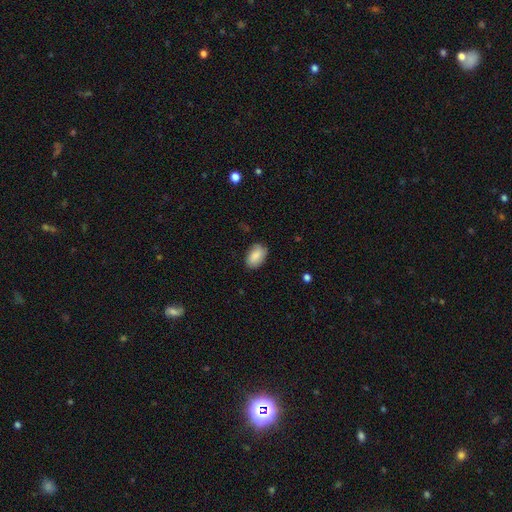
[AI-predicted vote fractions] Q: Smooth or featured?
A: smooth (86%); runner-up: featured or disk (7%)
Q: How rounded?
A: in between (92%); runner-up: round (7%)
Q: Merging?
A: none (78%); runner-up: minor disturbance (18%)